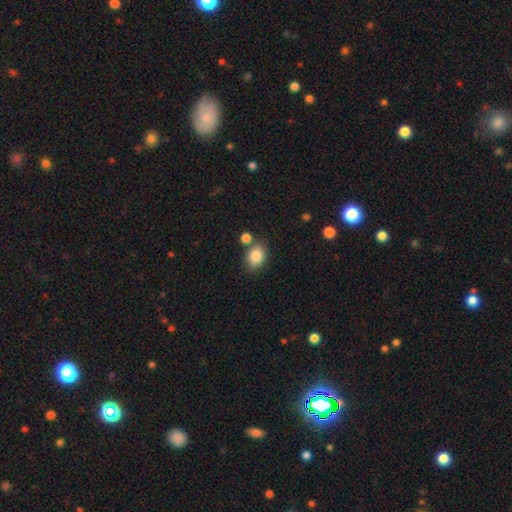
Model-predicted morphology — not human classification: type=smooth (83%); roundness=in between (65%); merging=none (70%).